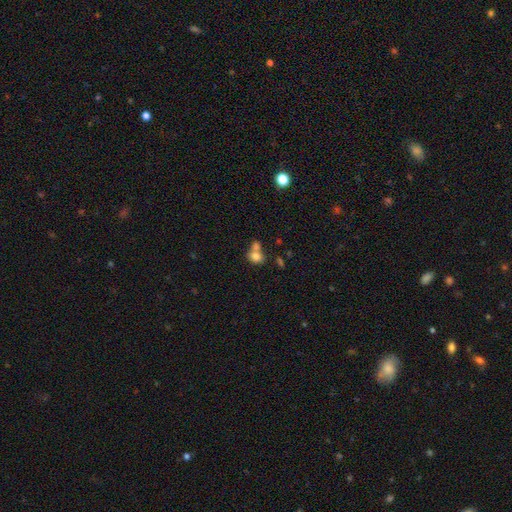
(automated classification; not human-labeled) This appears to be a smooth galaxy with no disk features (78%) that is round (57%). Merging: merger (52%).